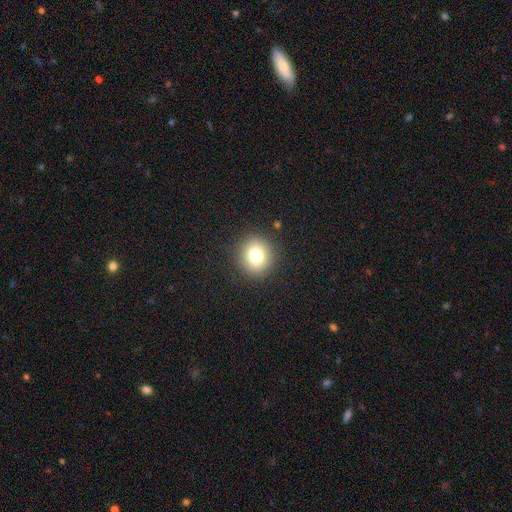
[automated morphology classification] type=smooth (77%); roundness=round (88%); merging=none (90%).